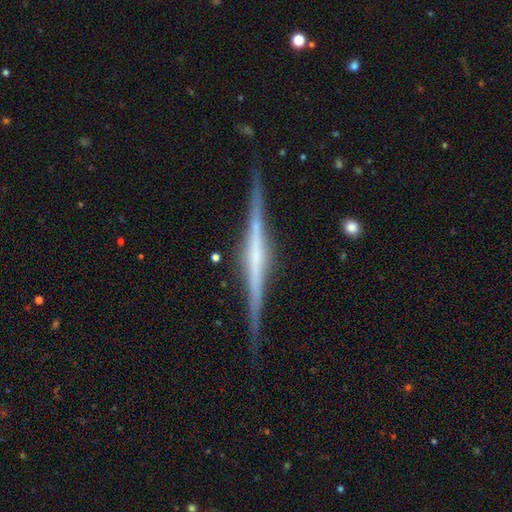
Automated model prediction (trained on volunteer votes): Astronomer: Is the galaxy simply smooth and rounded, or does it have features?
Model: featured or disk — 83%.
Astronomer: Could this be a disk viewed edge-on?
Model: yes — 98%.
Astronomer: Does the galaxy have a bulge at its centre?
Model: none — 38% (runner-up: rounded, 35%).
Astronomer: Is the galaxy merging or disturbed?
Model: none — 90%.